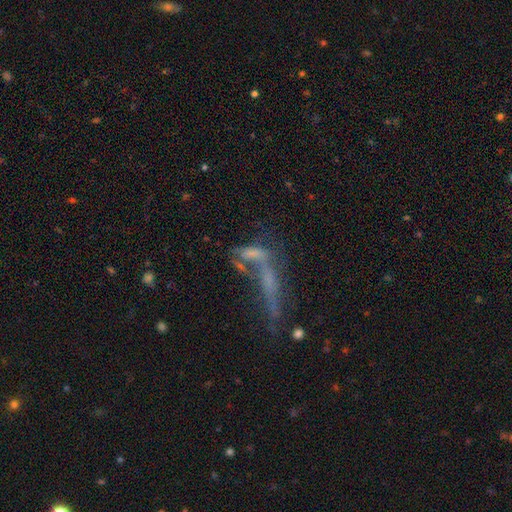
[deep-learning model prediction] Smooth or featured? featured or disk (45%)
Merging? merger (46%)